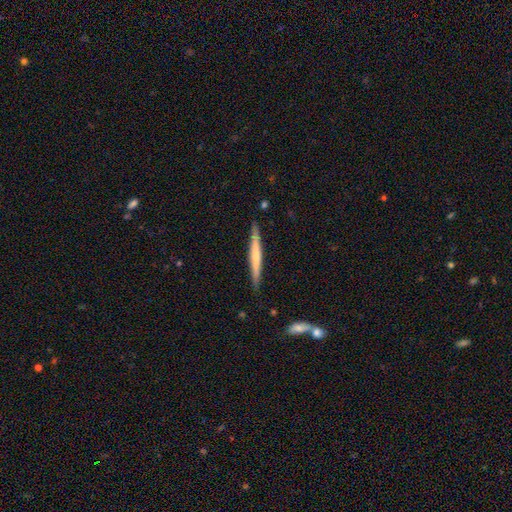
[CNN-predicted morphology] Overall: featured or disk (51%; smooth 44%). Edge-on disk: yes (97%). Merging: none (89%).